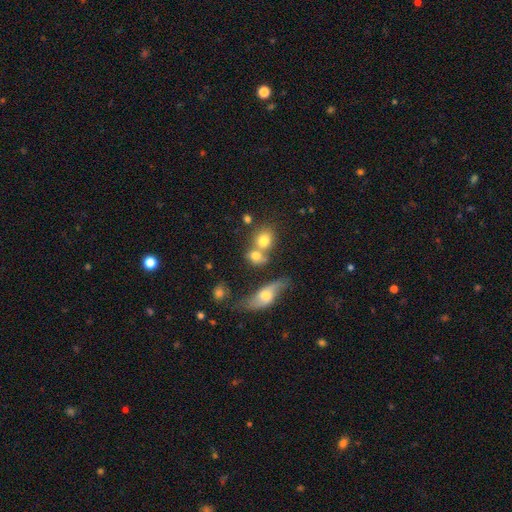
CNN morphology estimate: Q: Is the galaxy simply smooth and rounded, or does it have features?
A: smooth — 73%.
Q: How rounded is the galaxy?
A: round — 55%.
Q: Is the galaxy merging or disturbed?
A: merger — 46%.